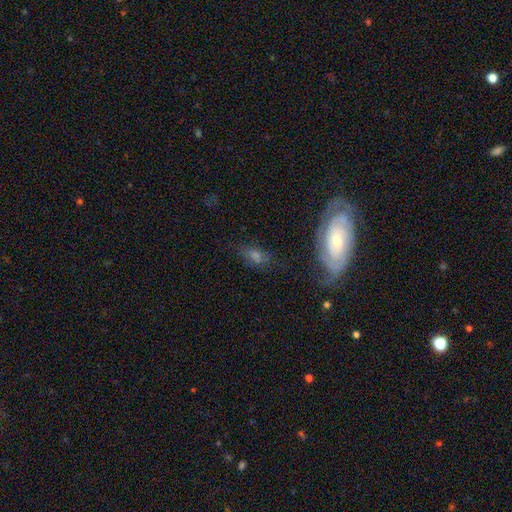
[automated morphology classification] This is possibly a featured or disk galaxy (53%). It is clearly not viewed edge-on (87%). Merging: likely none (65%).